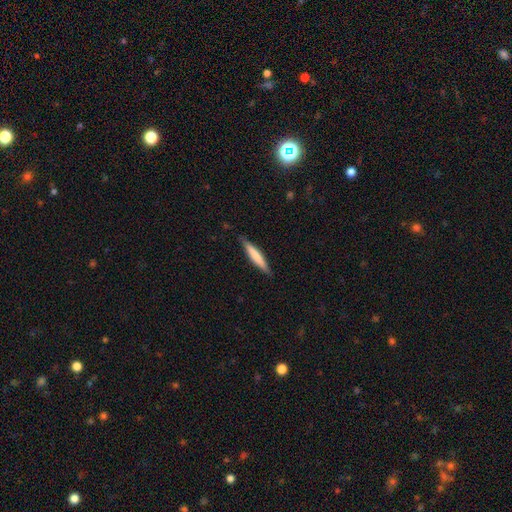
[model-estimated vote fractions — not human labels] smooth_or_featured: smooth (p=0.67) [alt: featured or disk p=0.28]
how_rounded: cigar-shaped (p=0.92) [alt: in between p=0.07]
merging: none (p=0.85) [alt: minor disturbance p=0.12]